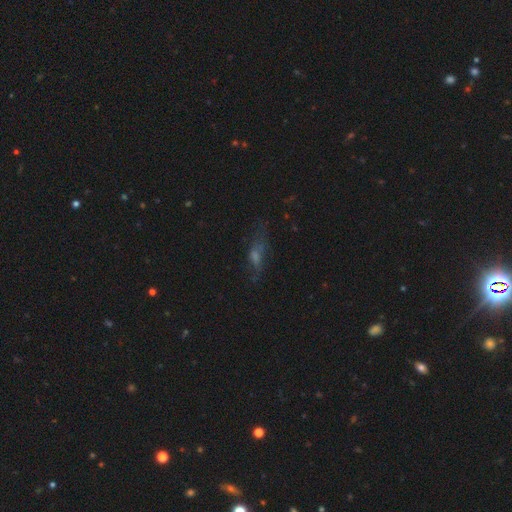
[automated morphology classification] type=smooth (38%); merging=none (57%).